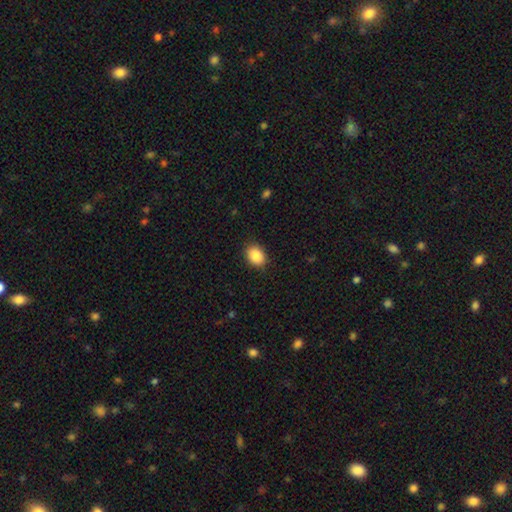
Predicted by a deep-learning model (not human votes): Morphology: type=smooth (88%); roundness=in between (65%); merging=none (88%).